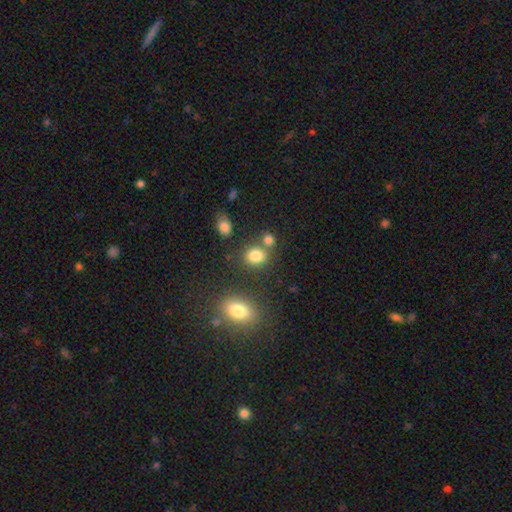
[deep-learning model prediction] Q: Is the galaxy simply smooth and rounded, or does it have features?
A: smooth — 82%.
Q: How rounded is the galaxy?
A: round — 60%.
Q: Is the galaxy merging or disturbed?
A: none — 65%.